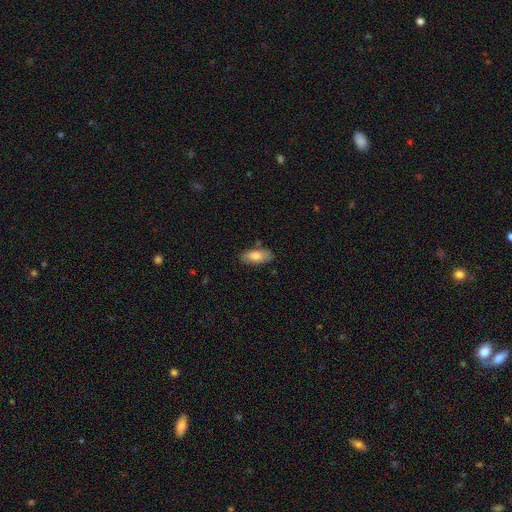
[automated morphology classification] Overall: smooth (80%). How rounded: in between (87%). Merging: none (79%).